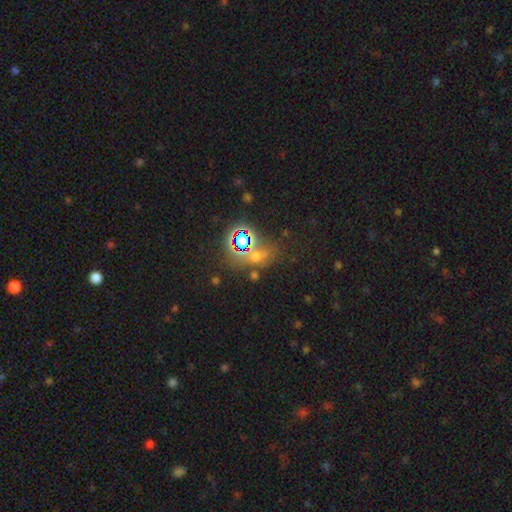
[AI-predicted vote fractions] Smooth or featured?
  - star or artifact: 52% *
  - smooth: 37%
  - featured or disk: 11%